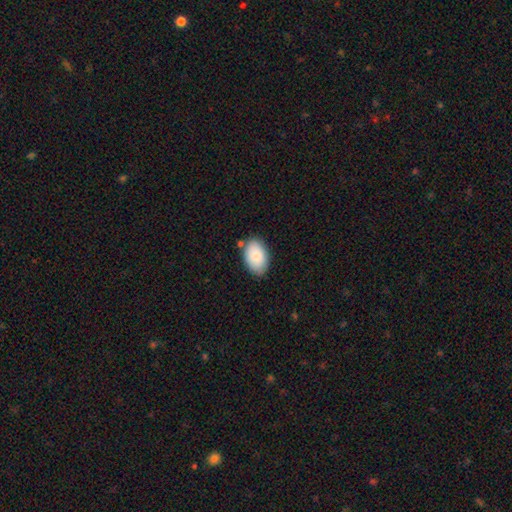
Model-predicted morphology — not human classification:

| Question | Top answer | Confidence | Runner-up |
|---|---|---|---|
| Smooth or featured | smooth | 85% | featured or disk (9%) |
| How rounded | in between | 92% | round (7%) |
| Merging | none | 80% | minor disturbance (14%) |